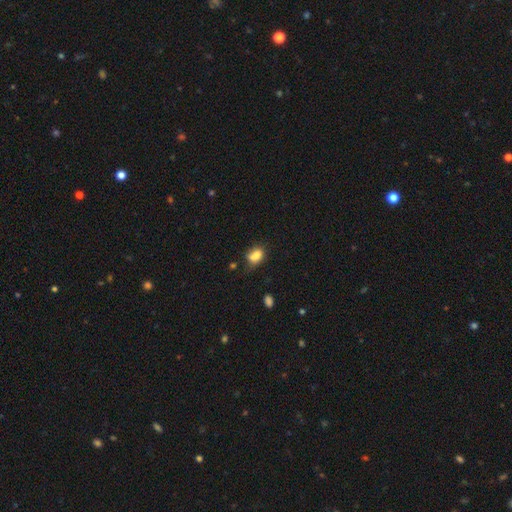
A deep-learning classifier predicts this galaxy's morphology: Smooth or featured? Predicted: smooth (p=0.78). How rounded? Predicted: in between (p=0.66). Merging? Predicted: none (p=0.38).